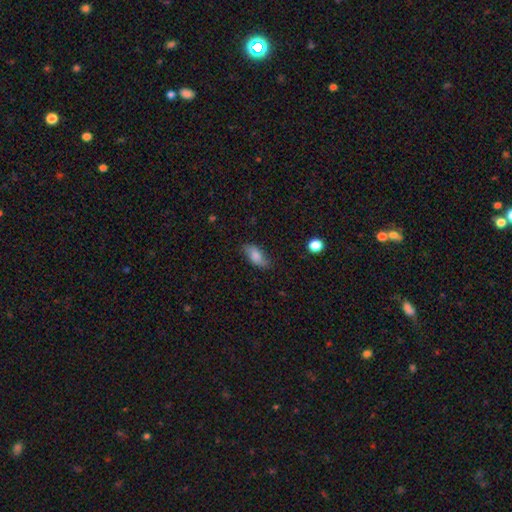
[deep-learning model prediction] Morphology: type=smooth (78%); roundness=in between (87%); merging=none (77%).